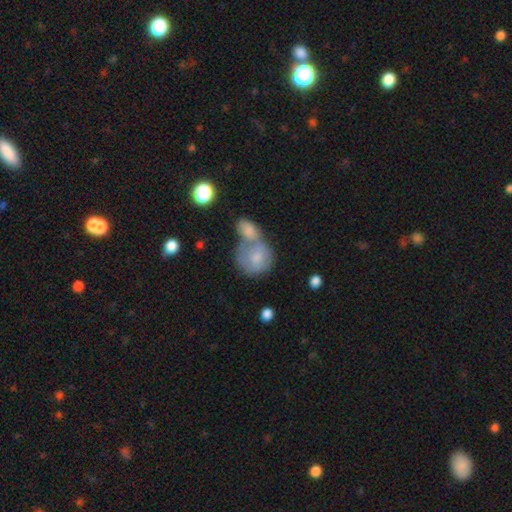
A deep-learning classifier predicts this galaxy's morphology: A smooth galaxy with no disk features (68%) that is round (71%).

Vote fractions:
- Smooth or featured? smooth: 68% / featured or disk: 23% / star or artifact: 9%
- How rounded? round: 71% / in between: 28% / cigar-shaped: 1%
- Merging? merger: 63% / none: 21% / minor disturbance: 9% / major disturbance: 6%